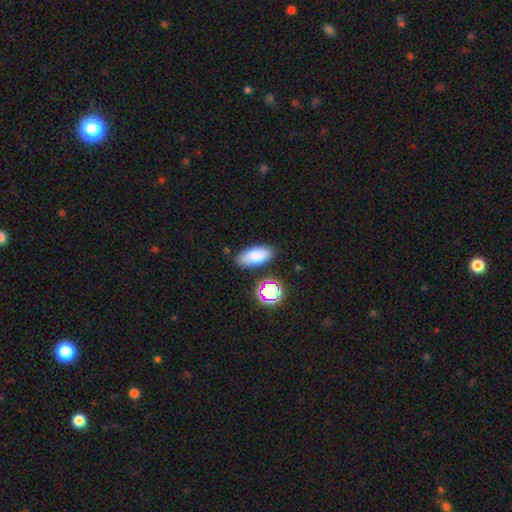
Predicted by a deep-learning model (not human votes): This appears to be a smooth galaxy with no disk features (80%) that is in between round and cigar-shaped (86%). Merging: none (82%).